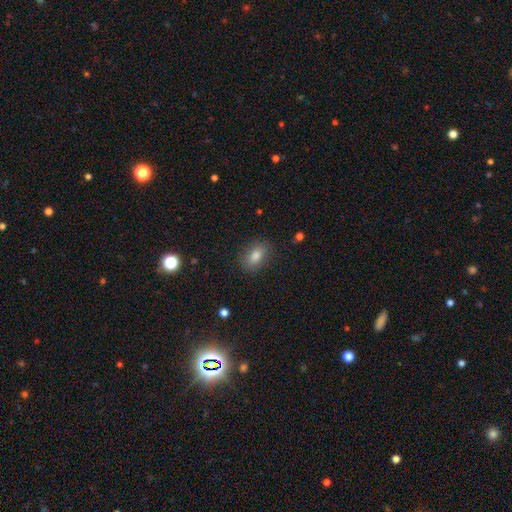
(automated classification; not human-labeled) Q: Smooth or featured?
A: smooth (79%); runner-up: star or artifact (12%)
Q: How rounded?
A: in between (84%); runner-up: round (13%)
Q: Merging?
A: none (85%); runner-up: minor disturbance (11%)